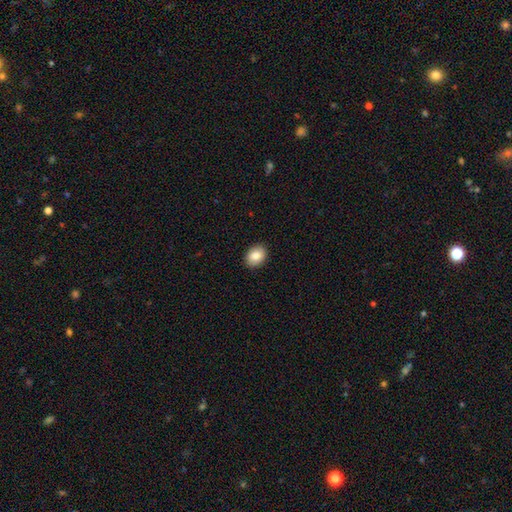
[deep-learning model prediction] A smooth galaxy with no disk features (84%) that is in between round and cigar-shaped (64%).

Vote fractions:
- Smooth or featured? smooth: 84% / featured or disk: 8% / star or artifact: 8%
- How rounded? in between: 64% / round: 35% / cigar-shaped: 1%
- Merging? none: 91% / minor disturbance: 6% / major disturbance: 2% / merger: 1%